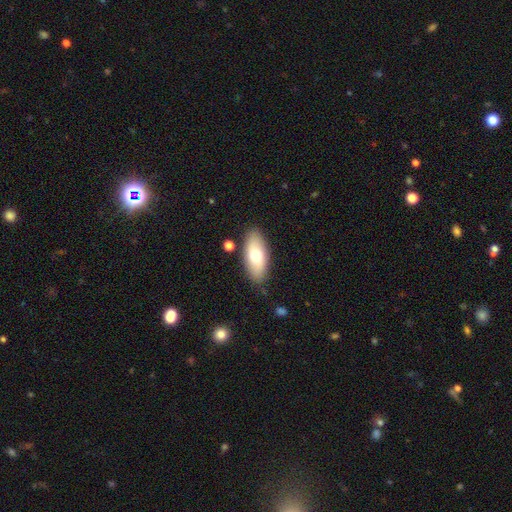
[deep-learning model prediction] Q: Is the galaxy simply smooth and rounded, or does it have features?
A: smooth — 69%.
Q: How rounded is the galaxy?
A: in between — 87%.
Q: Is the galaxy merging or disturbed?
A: none — 84%.